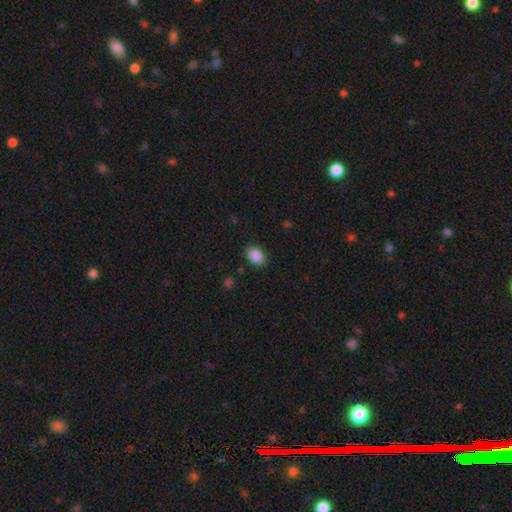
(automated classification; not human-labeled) Smooth or featured?
  - smooth: 88% *
  - star or artifact: 8%
  - featured or disk: 4%
How rounded?
  - in between: 72% *
  - round: 27%
  - cigar-shaped: 1%
Merging?
  - none: 86% *
  - minor disturbance: 10%
  - major disturbance: 3%
  - merger: 1%